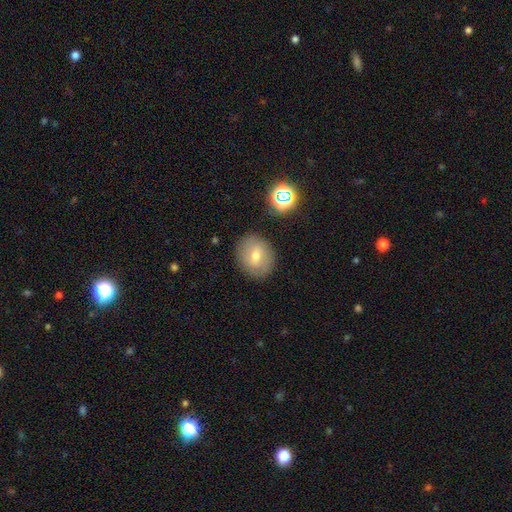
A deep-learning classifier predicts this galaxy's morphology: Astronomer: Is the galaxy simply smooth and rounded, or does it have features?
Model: smooth — 64%.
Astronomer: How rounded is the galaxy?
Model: round — 72%.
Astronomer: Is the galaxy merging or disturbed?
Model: none — 84%.